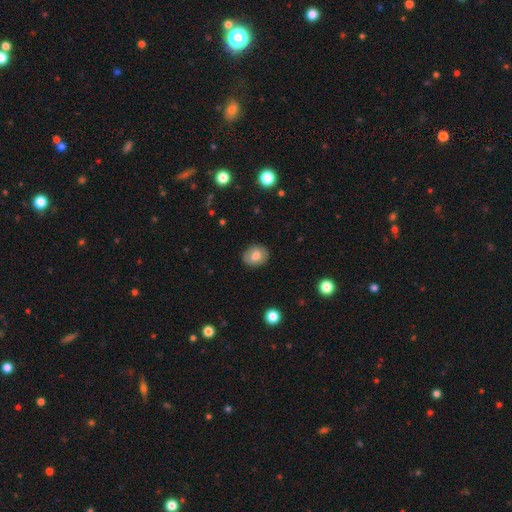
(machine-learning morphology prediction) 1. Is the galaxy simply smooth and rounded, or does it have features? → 70% smooth, 22% featured or disk, 8% star or artifact.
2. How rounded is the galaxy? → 52% in between, 47% round, 1% cigar-shaped.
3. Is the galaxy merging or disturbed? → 86% none, 11% minor disturbance, 3% major disturbance, 1% merger.